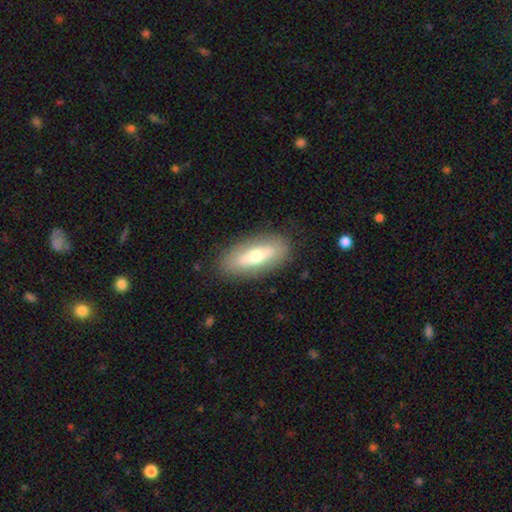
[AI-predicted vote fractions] A smooth galaxy with no disk features (52%) that is in between round and cigar-shaped (72%). Merging: none (87%).